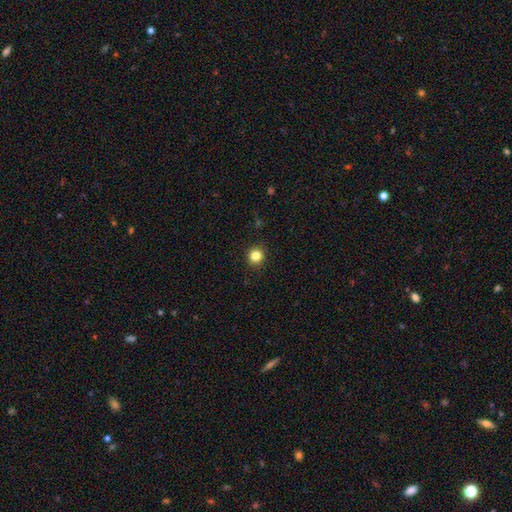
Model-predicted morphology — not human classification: Smooth or featured? smooth (83%)
How rounded? round (93%)
Merging? none (92%)